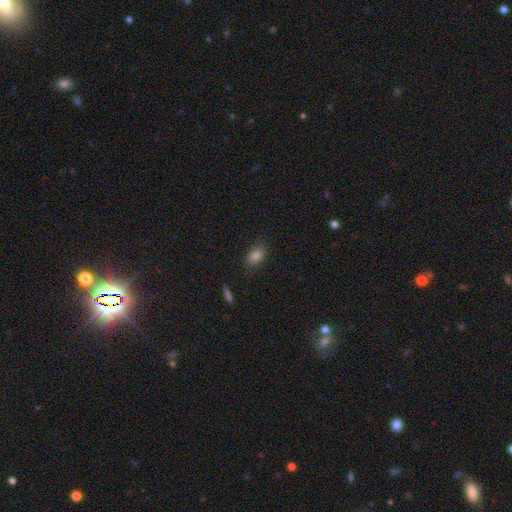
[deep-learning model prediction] Q: Smooth or featured?
A: smooth (84%); runner-up: star or artifact (10%)
Q: How rounded?
A: in between (86%); runner-up: round (11%)
Q: Merging?
A: none (83%); runner-up: minor disturbance (12%)